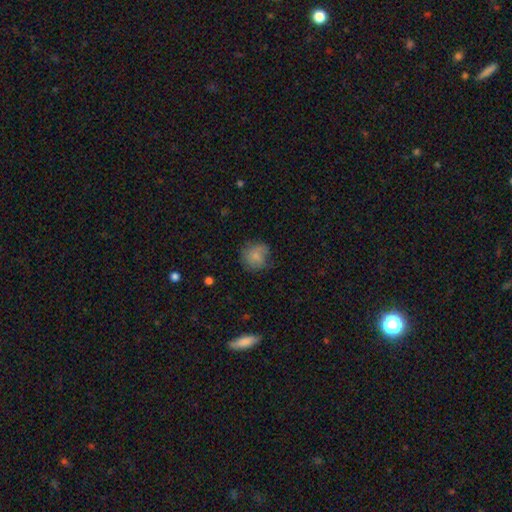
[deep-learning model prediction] smooth-or-featured: smooth: 76% | featured or disk: 14% | star or artifact: 10%
  how-rounded: round: 81% | in between: 18% | cigar-shaped: 1%
  merging: none: 62% | minor disturbance: 25% | major disturbance: 11% | merger: 2%